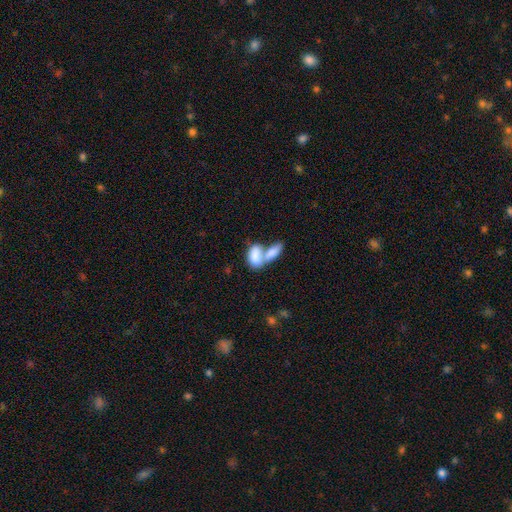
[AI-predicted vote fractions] This is likely a smooth galaxy (79%). How rounded: clearly in between (91%). Merging: likely merger (74%).